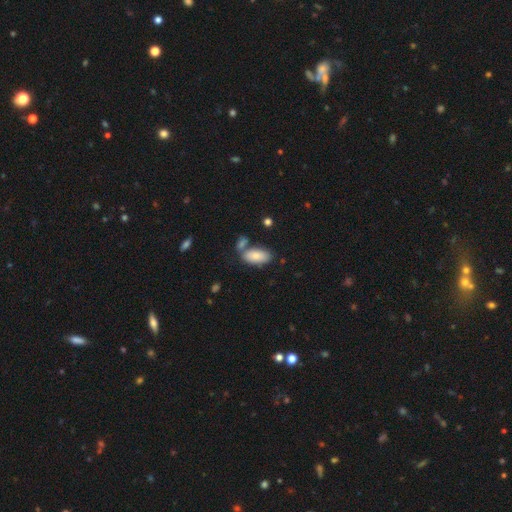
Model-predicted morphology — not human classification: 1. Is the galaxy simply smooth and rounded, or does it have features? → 82% smooth, 12% featured or disk, 7% star or artifact.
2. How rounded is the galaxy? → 92% in between, 6% cigar-shaped, 3% round.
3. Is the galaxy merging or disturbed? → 60% none, 22% merger, 14% minor disturbance, 4% major disturbance.